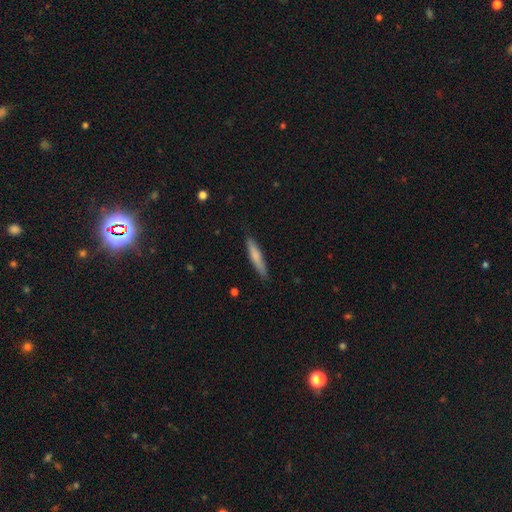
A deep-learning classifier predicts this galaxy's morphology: This appears to be a smooth galaxy with no disk features (72%) that is cigar-shaped (91%). Merging: none (86%).